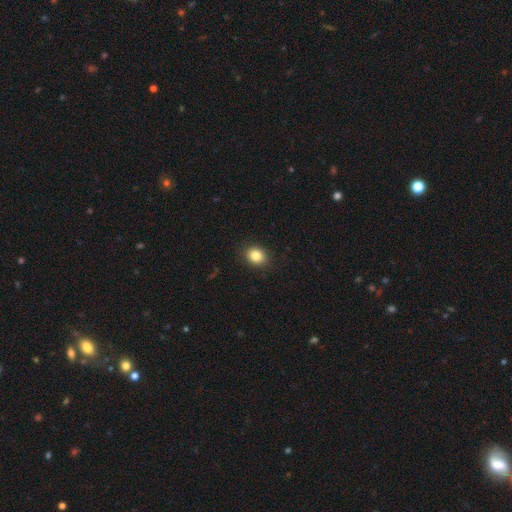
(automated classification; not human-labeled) Smooth or featured?
  - smooth: 84% *
  - star or artifact: 10%
  - featured or disk: 6%
How rounded?
  - round: 52% *
  - in between: 47%
  - cigar-shaped: 1%
Merging?
  - none: 89% *
  - minor disturbance: 8%
  - major disturbance: 2%
  - merger: 1%